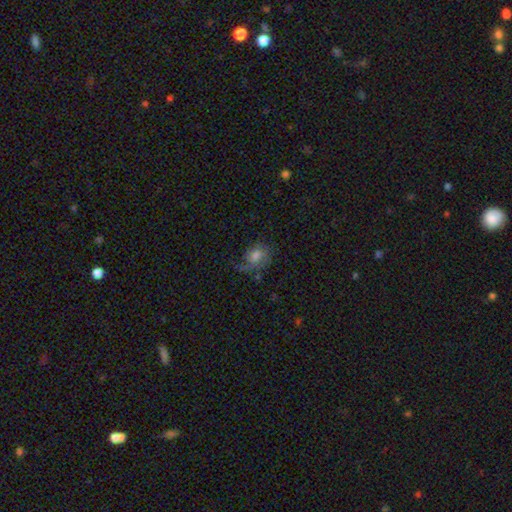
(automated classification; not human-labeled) smooth_or_featured: smooth (p=0.54) [alt: featured or disk p=0.34]
how_rounded: in between (p=0.57) [alt: round p=0.41]
merging: none (p=0.46) [alt: minor disturbance p=0.26]